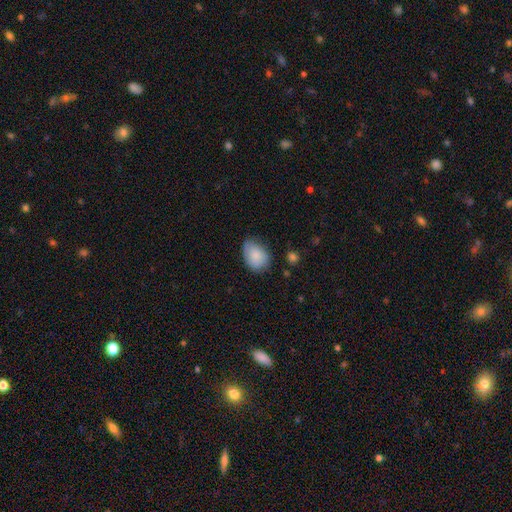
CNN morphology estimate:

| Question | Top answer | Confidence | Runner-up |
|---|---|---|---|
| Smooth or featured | smooth | 79% | featured or disk (14%) |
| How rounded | in between | 77% | round (22%) |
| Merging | none | 56% | minor disturbance (34%) |